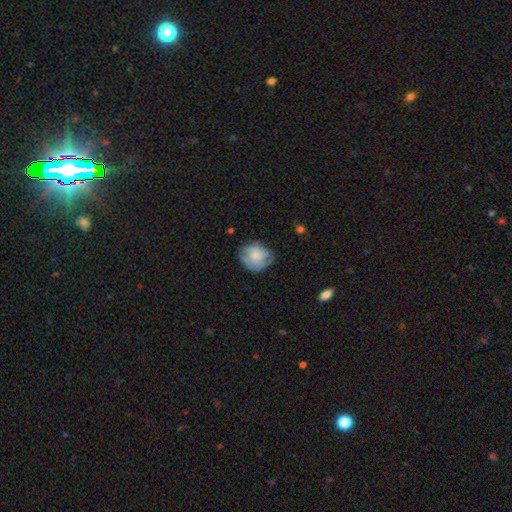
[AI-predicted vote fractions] Q: Smooth or featured?
A: smooth (61%); runner-up: featured or disk (32%)
Q: How rounded?
A: round (70%); runner-up: in between (29%)
Q: Merging?
A: none (63%); runner-up: minor disturbance (27%)